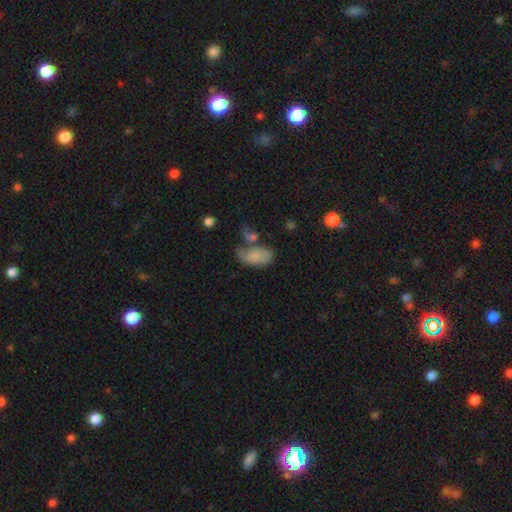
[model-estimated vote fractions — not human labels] Overall: smooth (74%). How rounded: in between (93%). Merging: none (38%; merger 26%).